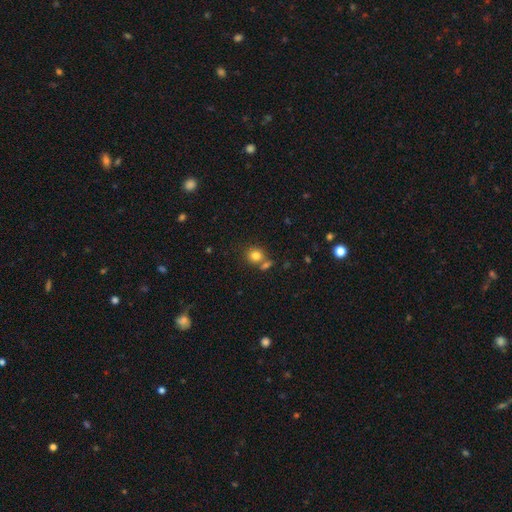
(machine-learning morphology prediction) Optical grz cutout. It shows a smooth galaxy with no disk features (81%) that is round (81%). Merging: none (61%).